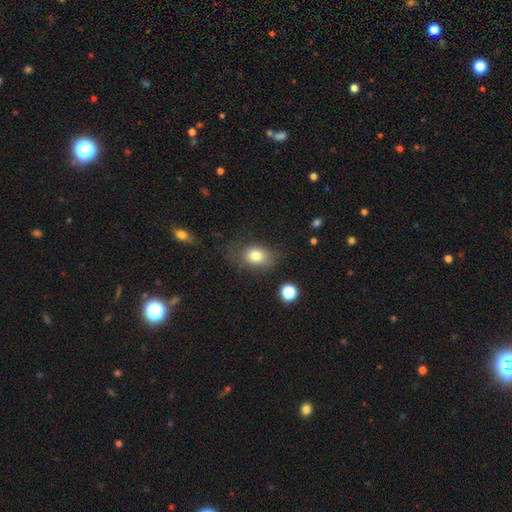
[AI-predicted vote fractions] Smooth or featured? Predicted: smooth (p=0.79). How rounded? Predicted: in between (p=0.69). Merging? Predicted: none (p=0.64).